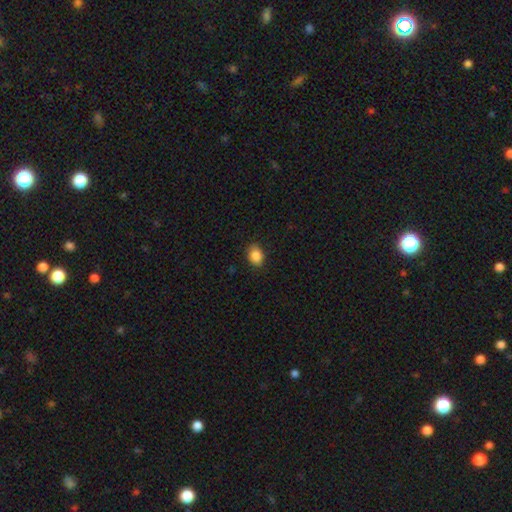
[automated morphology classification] Q: Smooth or featured?
A: smooth (87%); runner-up: star or artifact (9%)
Q: How rounded?
A: in between (63%); runner-up: round (36%)
Q: Merging?
A: none (85%); runner-up: minor disturbance (12%)